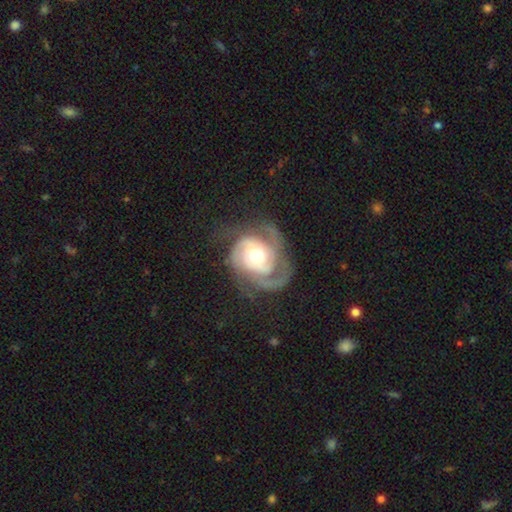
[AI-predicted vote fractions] Overall: featured or disk (85%). Edge-on disk: no (97%). Bar: no (71%). Spiral arms: yes (95%). Spiral arm count: 2 (38%; 3 30%). Spiral winding: tight (48%; medium 39%). Bulge size: moderate (67%). Merging: none (57%; major disturbance 21%).